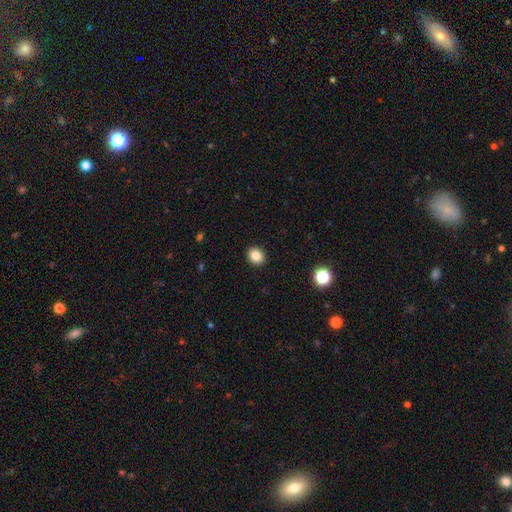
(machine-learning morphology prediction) Q: Smooth or featured?
A: smooth (86%); runner-up: star or artifact (10%)
Q: How rounded?
A: round (65%); runner-up: in between (35%)
Q: Merging?
A: none (92%); runner-up: minor disturbance (5%)